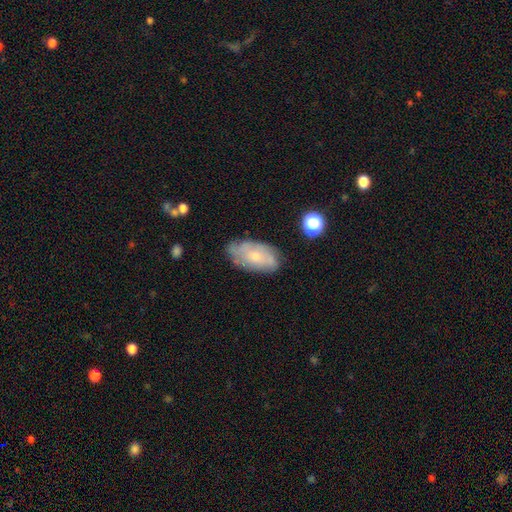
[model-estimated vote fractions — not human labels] Smooth or featured? Predicted: featured or disk (p=0.49). Merging? Predicted: none (p=0.67).